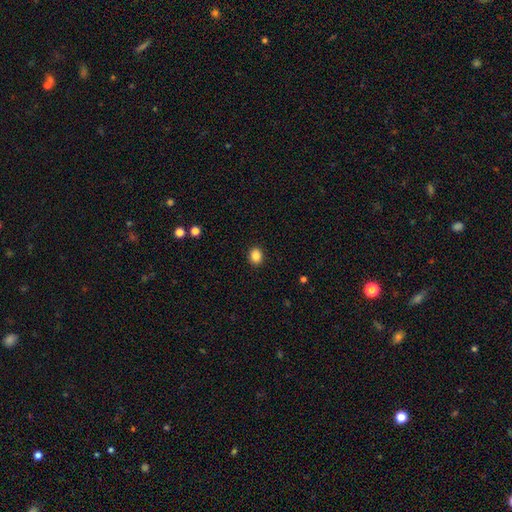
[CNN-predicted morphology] smooth-or-featured: smooth: 86% | star or artifact: 10% | featured or disk: 4%
  how-rounded: round: 57% | in between: 42% | cigar-shaped: 1%
  merging: none: 91% | minor disturbance: 6% | major disturbance: 2% | merger: 1%